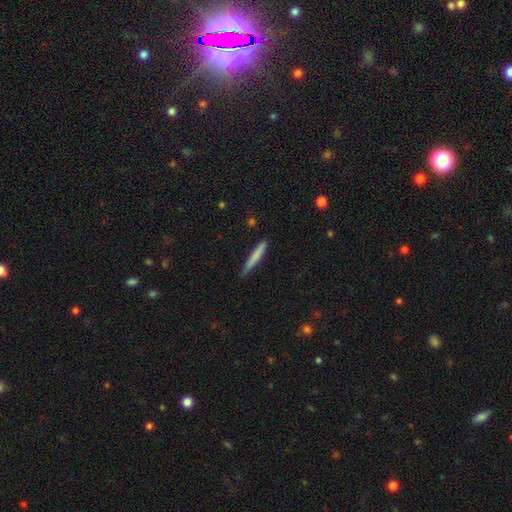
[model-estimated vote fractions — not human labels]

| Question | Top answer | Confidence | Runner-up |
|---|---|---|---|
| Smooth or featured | smooth | 74% | featured or disk (20%) |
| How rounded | cigar-shaped | 95% | in between (4%) |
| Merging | none | 79% | minor disturbance (17%) |